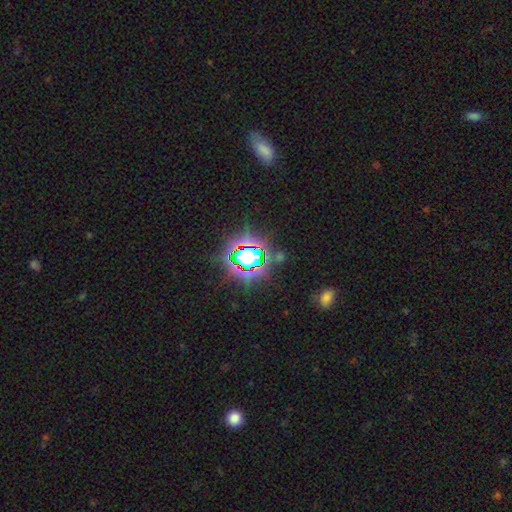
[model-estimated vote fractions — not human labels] A star or artifact, not a galaxy (78%).